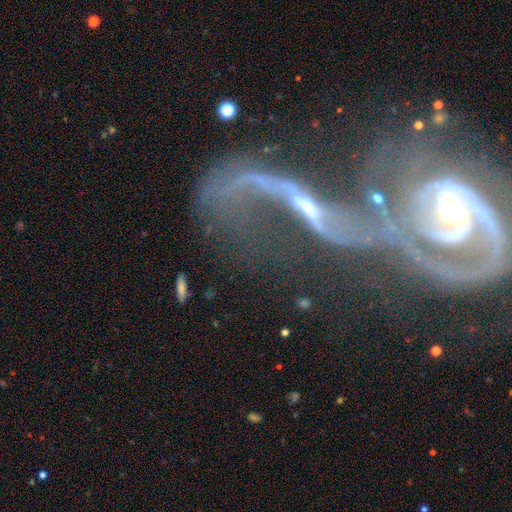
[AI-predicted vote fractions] smooth_or_featured: featured or disk (p=0.81) [alt: star or artifact p=0.10]
disk_edge_on: no (p=0.90) [alt: yes p=0.10]
bar: no (p=0.36) [alt: weak p=0.33]
has_spiral_arms: yes (p=0.83) [alt: no p=0.17]
spiral_winding: loose (p=0.89) [alt: medium p=0.07]
spiral_arm_count: 2 (p=0.81) [alt: 1 p=0.09]
bulge_size: small (p=0.64) [alt: moderate p=0.23]
merging: merger (p=0.46) [alt: major disturbance p=0.23]